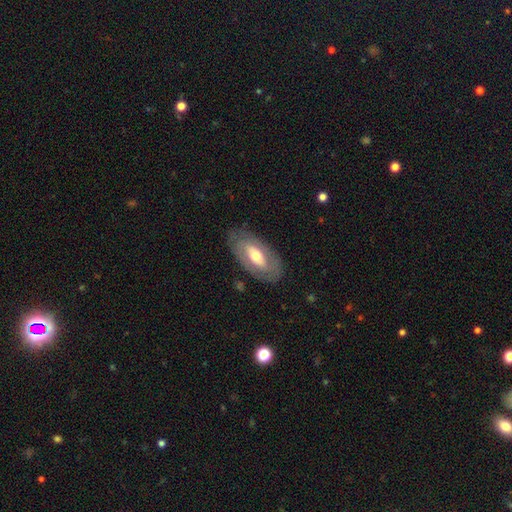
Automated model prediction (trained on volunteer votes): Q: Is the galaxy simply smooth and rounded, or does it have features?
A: featured or disk — 54%.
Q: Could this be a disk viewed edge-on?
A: no — 85%.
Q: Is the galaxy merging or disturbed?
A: none — 80%.